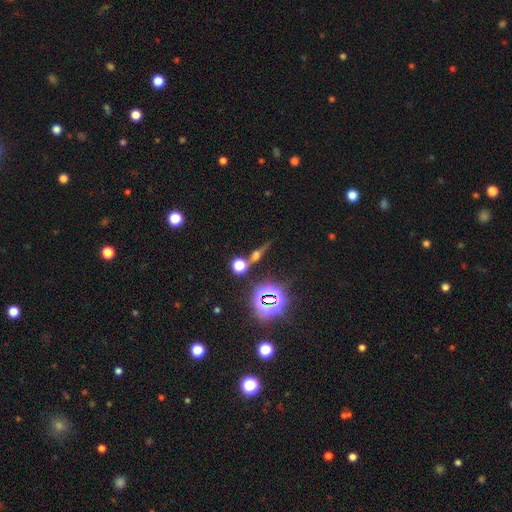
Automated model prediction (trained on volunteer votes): star or artifact 37%, featured or disk 32%, smooth 31%.